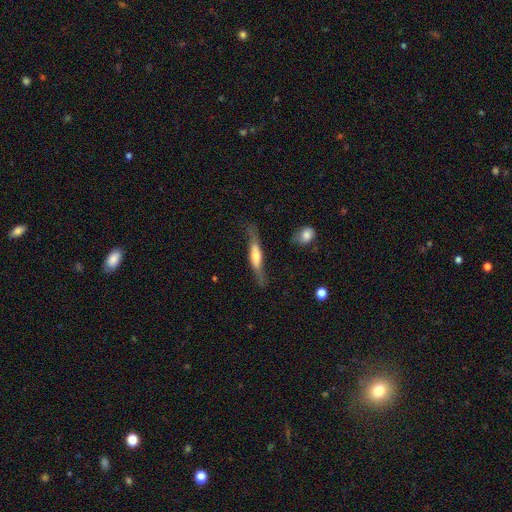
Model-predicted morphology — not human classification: smooth-or-featured: featured or disk: 58% | smooth: 36% | star or artifact: 6%
  disk-edge-on: yes: 80% | no: 20%
  merging: none: 68% | minor disturbance: 20% | major disturbance: 9% | merger: 3%